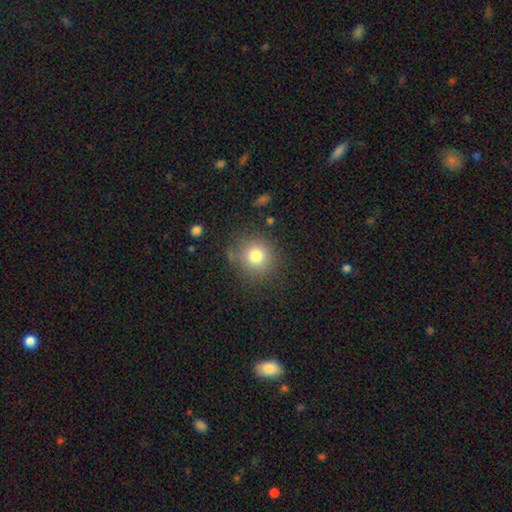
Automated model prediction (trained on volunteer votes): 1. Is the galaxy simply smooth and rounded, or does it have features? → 78% smooth, 12% star or artifact, 9% featured or disk.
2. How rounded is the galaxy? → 90% round, 9% in between, 1% cigar-shaped.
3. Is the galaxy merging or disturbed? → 80% none, 13% minor disturbance, 5% major disturbance, 3% merger.